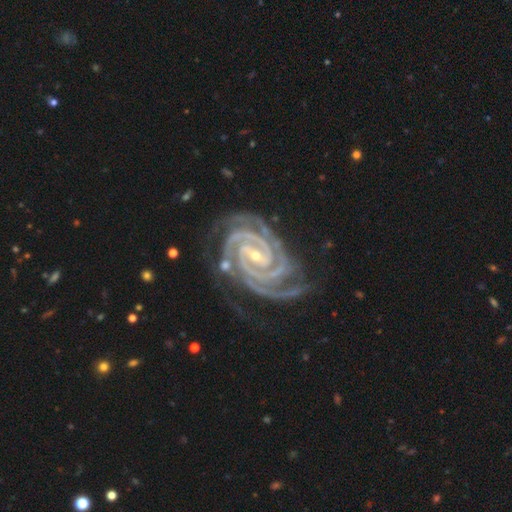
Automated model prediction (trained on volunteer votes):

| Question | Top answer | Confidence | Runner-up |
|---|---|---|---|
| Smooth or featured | featured or disk | 95% | star or artifact (4%) |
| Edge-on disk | no | 98% | yes (2%) |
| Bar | strong | 37% | weak (35%) |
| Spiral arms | yes | 99% | no (1%) |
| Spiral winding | tight | 85% | medium (13%) |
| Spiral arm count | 2 | 37% | 3 (30%) |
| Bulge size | small | 75% | moderate (22%) |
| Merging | none | 68% | minor disturbance (21%) |